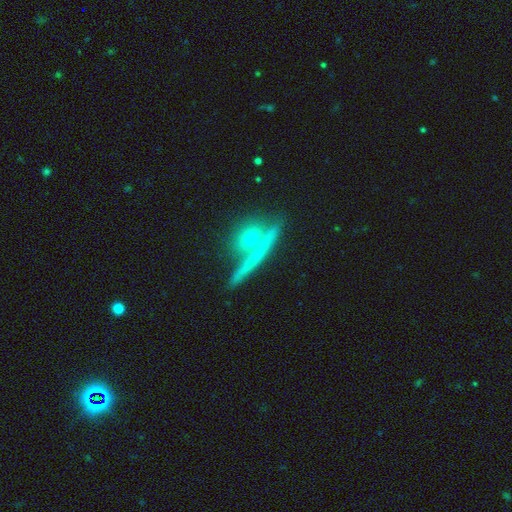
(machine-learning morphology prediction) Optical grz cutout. It shows a featured or disk galaxy (48%). Merging: none (60%).